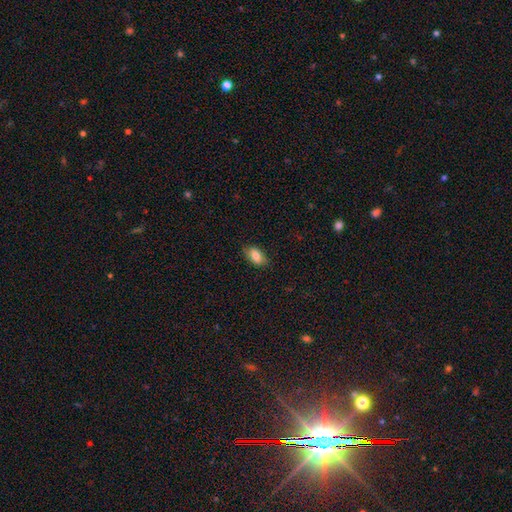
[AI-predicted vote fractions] The model was most divided on "merging": none: 82%, minor disturbance: 15%, major disturbance: 3%, merger: 1%. More confident: how rounded — in between (91%); smooth or featured — smooth (81%).